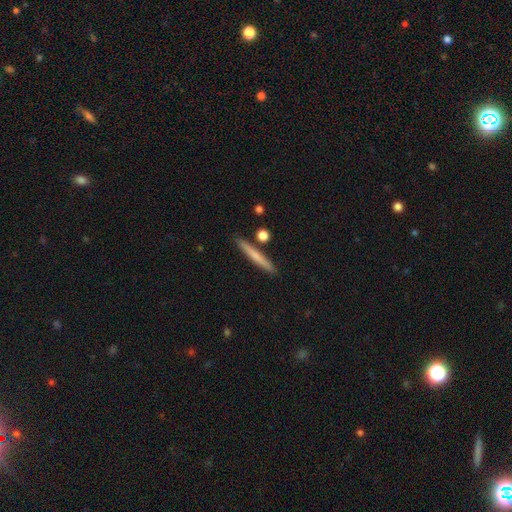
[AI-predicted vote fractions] A smooth galaxy with no disk features (65%) that is cigar-shaped (95%). Merging: none (87%).